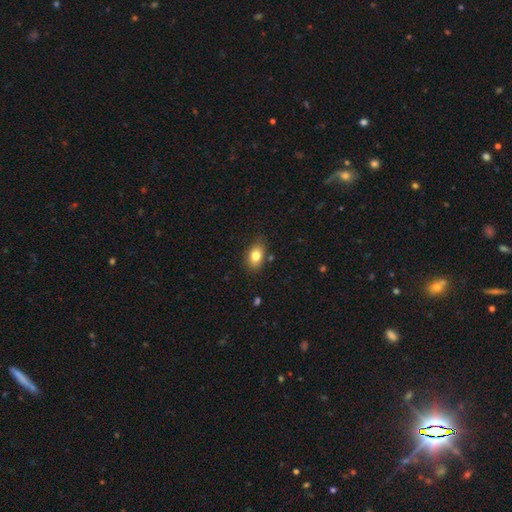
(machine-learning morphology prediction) type=smooth (80%); roundness=in between (80%); merging=none (78%).